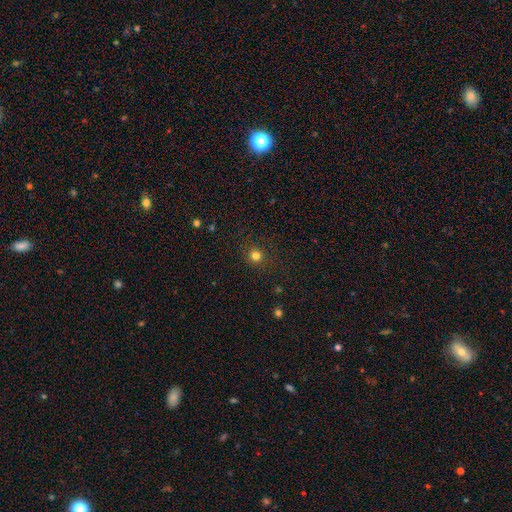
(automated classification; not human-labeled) This appears to be a smooth galaxy with no disk features (79%) that is round (93%). Merging: none (90%).